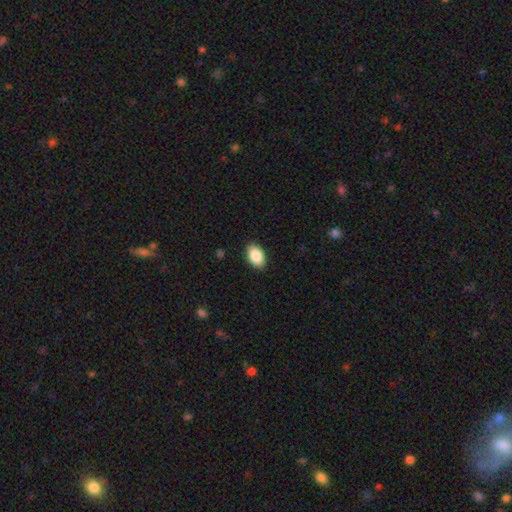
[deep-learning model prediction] smooth 88%, star or artifact 7%, featured or disk 5%. Down the decision tree: how rounded — in between (90%); merging — none (88%).